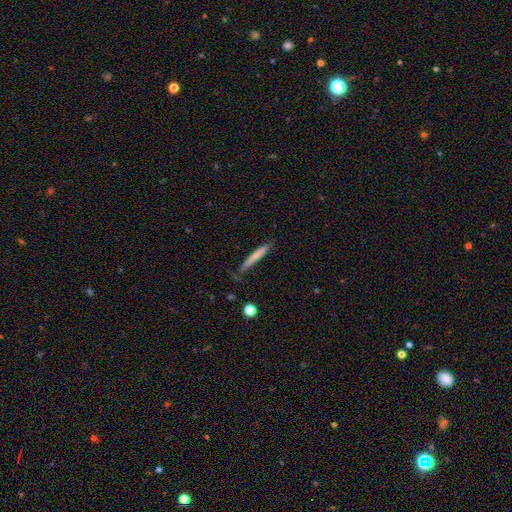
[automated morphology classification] A smooth galaxy with no disk features (66%) that is cigar-shaped (95%). Merging: none (70%).